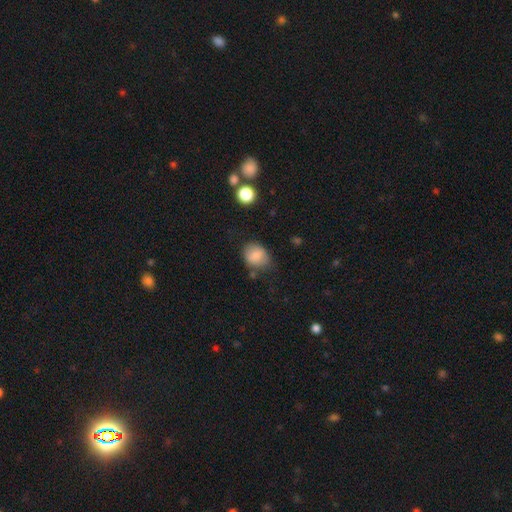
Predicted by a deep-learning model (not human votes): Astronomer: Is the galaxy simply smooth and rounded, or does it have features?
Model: smooth — 82%.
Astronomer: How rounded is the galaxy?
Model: round — 55% (runner-up: in between, 44%).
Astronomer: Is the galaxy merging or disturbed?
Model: none — 61%.